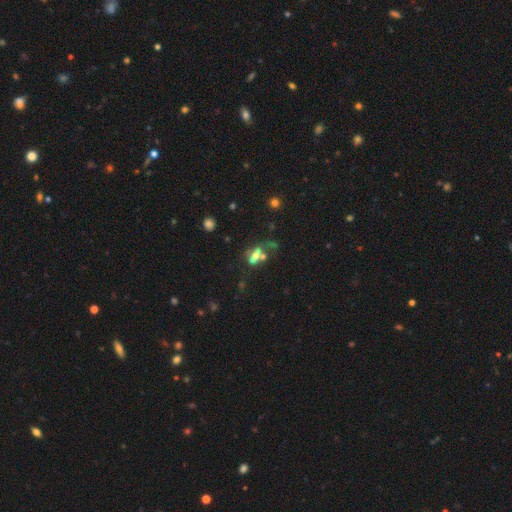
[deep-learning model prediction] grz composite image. It shows a smooth galaxy with no disk features (48%). Merging: merger (44%).